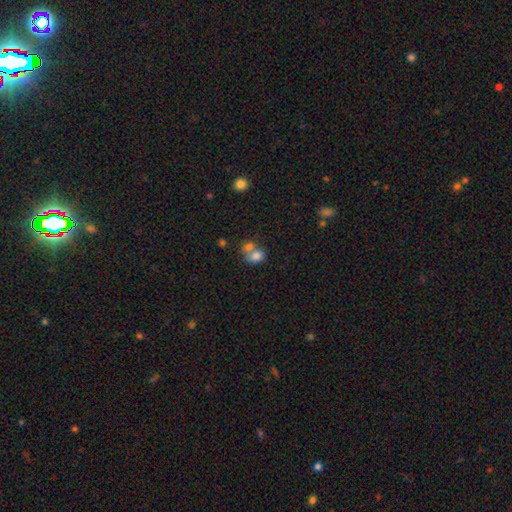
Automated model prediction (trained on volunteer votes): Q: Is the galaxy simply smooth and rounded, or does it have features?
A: smooth — 76%.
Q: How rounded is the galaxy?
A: in between — 61%.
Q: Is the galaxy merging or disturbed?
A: merger — 59%.